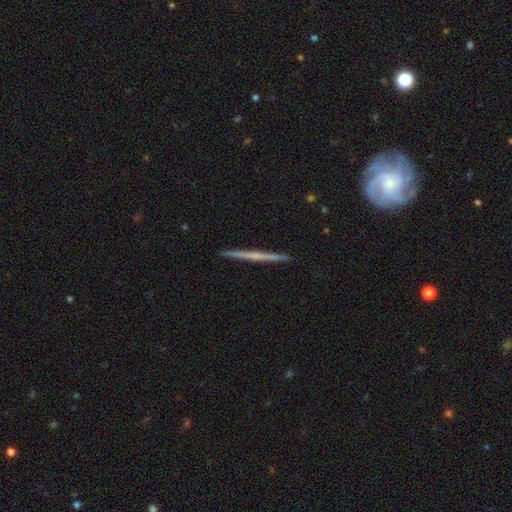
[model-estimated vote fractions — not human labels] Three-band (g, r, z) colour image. It shows a featured or disk galaxy (63%) viewed edge-on (98%) with no central bulge (76%). Merging: none (93%).